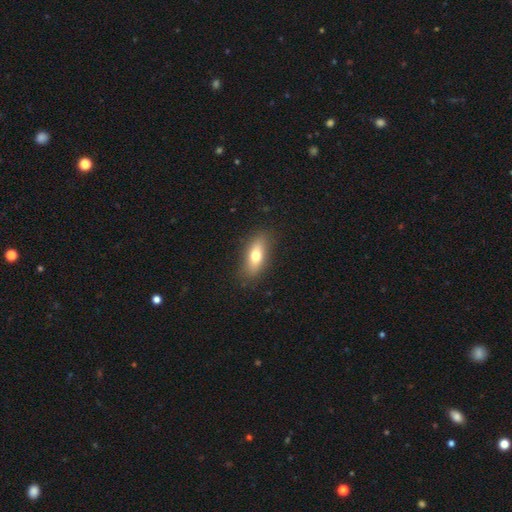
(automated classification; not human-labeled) smooth-or-featured: smooth: 68% | featured or disk: 24% | star or artifact: 7%
  how-rounded: in between: 69% | cigar-shaped: 26% | round: 5%
  merging: none: 86% | minor disturbance: 11% | major disturbance: 3% | merger: 1%